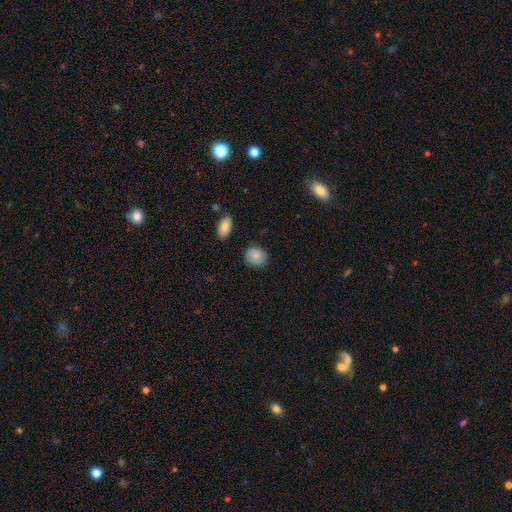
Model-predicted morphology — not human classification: This is clearly a smooth galaxy (83%). How rounded: likely round (66%). Merging: clearly none (81%).